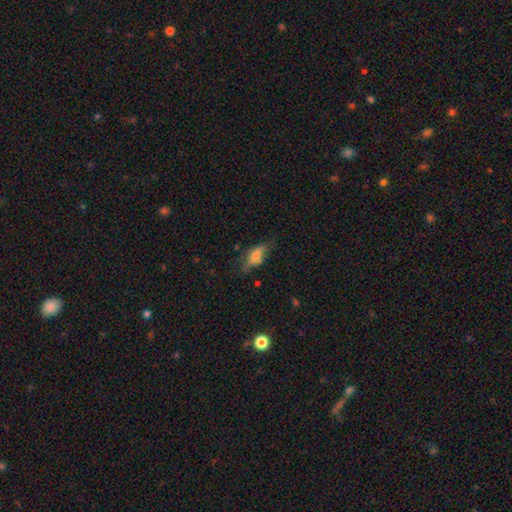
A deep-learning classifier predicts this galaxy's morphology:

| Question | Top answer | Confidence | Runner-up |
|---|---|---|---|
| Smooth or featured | smooth | 60% | featured or disk (31%) |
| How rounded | in between | 77% | cigar-shaped (19%) |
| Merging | none | 53% | minor disturbance (30%) |